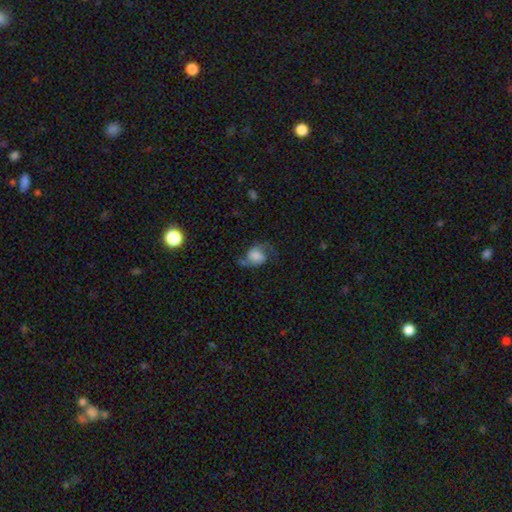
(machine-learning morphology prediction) smooth-or-featured: featured or disk: 59% | smooth: 32% | star or artifact: 9%
  disk-edge-on: no: 97% | yes: 3%
    bar: no: 57% | weak: 33% | strong: 10%
    has-spiral-arms: yes: 90% | no: 10%
      spiral-winding: loose: 58% | medium: 33% | tight: 9%
      spiral-arm-count: 2: 89% | 1: 5% | can't tell: 3% | 3: 1% | 4: 1% | more than 4: 1%
    bulge-size: large: 31% | none: 26% | dominant: 16% | moderate: 14% | small: 13%
  merging: none: 54% | minor disturbance: 23% | major disturbance: 19% | merger: 3%